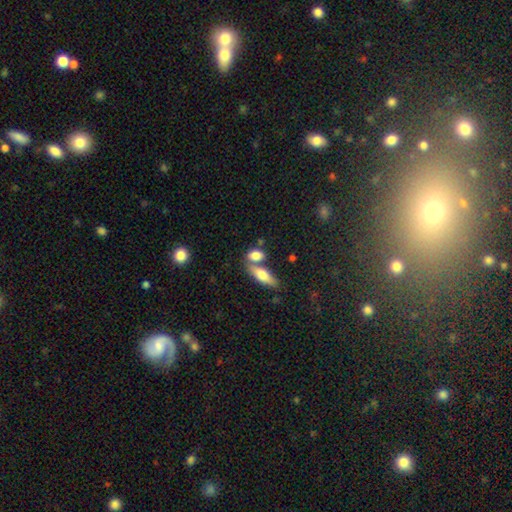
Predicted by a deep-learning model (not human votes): Smooth or featured?
  - smooth: 78% *
  - featured or disk: 15%
  - star or artifact: 8%
How rounded?
  - in between: 72% *
  - cigar-shaped: 15%
  - round: 12%
Merging?
  - none: 50% *
  - merger: 35%
  - minor disturbance: 11%
  - major disturbance: 4%